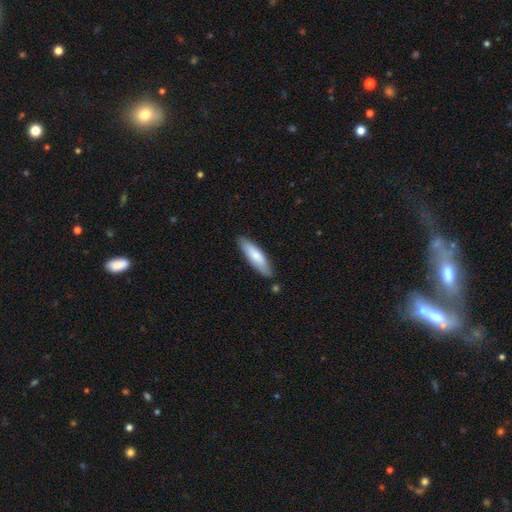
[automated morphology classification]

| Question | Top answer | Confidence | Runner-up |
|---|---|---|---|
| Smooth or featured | smooth | 74% | featured or disk (21%) |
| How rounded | cigar-shaped | 62% | in between (37%) |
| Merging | none | 82% | minor disturbance (13%) |